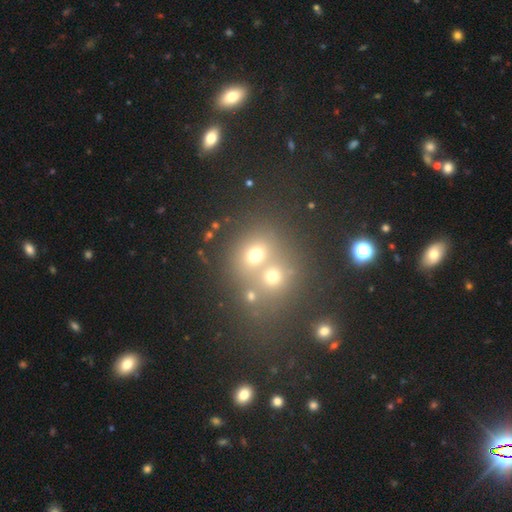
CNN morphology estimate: smooth-or-featured: smooth: 56% | star or artifact: 27% | featured or disk: 17%
  how-rounded: round: 72% | in between: 27% | cigar-shaped: 1%
  merging: merger: 50% | none: 40% | minor disturbance: 7% | major disturbance: 4%